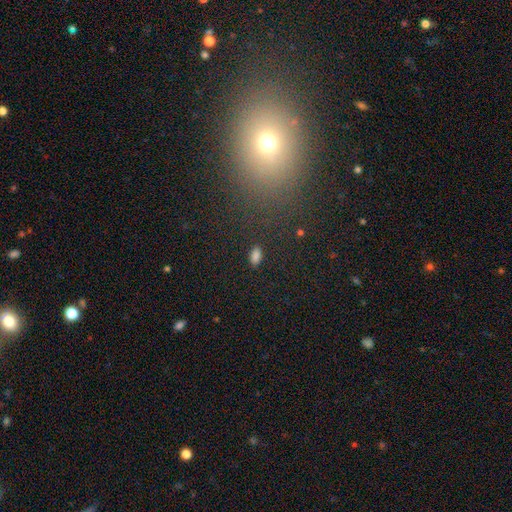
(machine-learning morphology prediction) This appears to be a smooth galaxy with no disk features (84%) that is in between round and cigar-shaped (92%). Merging: none (87%).